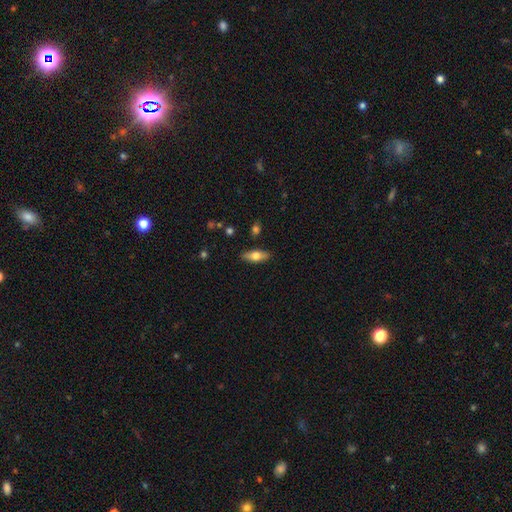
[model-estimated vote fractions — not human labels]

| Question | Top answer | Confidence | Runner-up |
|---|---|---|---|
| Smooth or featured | smooth | 63% | featured or disk (31%) |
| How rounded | in between | 70% | cigar-shaped (27%) |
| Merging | none | 86% | minor disturbance (10%) |